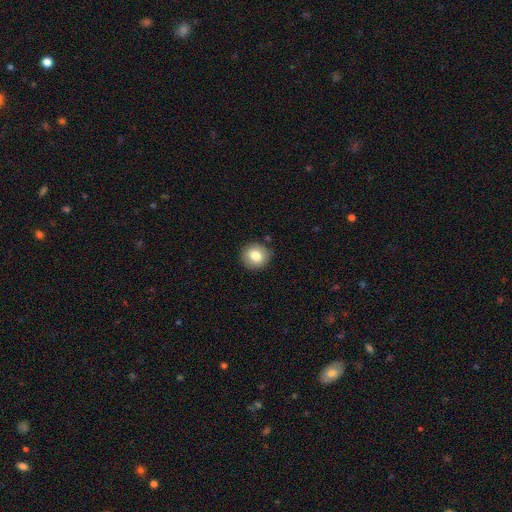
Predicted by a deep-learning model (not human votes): Smooth or featured? Predicted: smooth (p=0.81). How rounded? Predicted: round (p=0.90). Merging? Predicted: none (p=0.89).